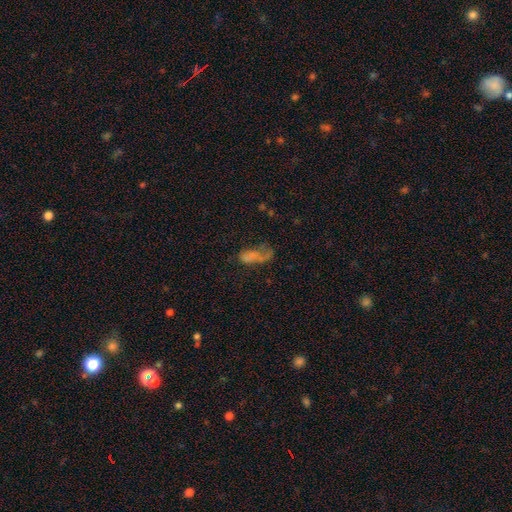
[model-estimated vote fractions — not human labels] The model was most divided on "merging": major disturbance: 37%, none: 27%, minor disturbance: 20%, merger: 17%. More confident: how rounded — in between (82%); smooth or featured — smooth (56%).